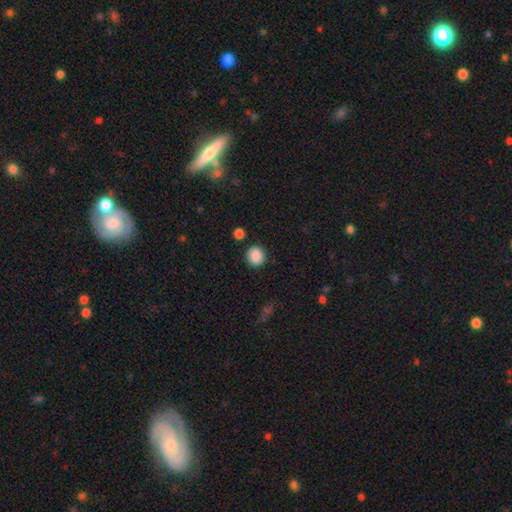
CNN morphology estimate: Smooth or featured: smooth — 88% (star or artifact — 9%)
How rounded: round — 87% (in between — 12%)
Merging: none — 87% (minor disturbance — 8%)